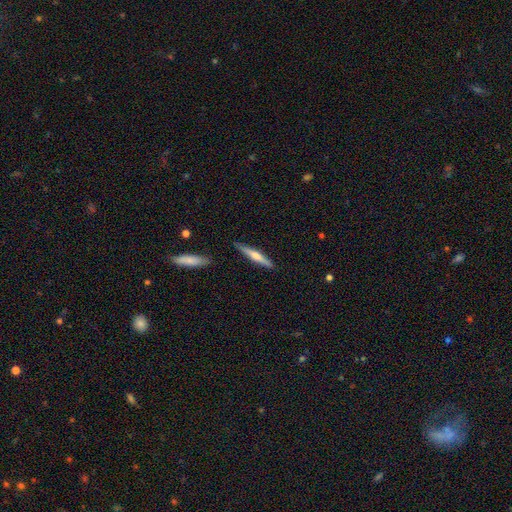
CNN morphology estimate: Smooth or featured? Predicted: featured or disk (p=0.50). Edge-on disk? Predicted: yes (p=0.96). Merging? Predicted: none (p=0.87).